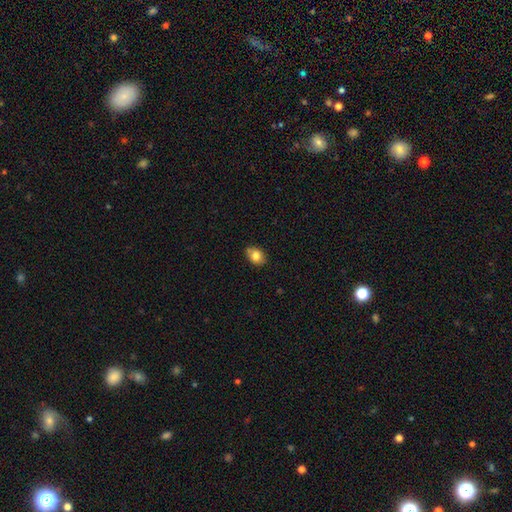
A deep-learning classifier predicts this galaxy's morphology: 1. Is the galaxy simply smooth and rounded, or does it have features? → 81% smooth, 10% featured or disk, 9% star or artifact.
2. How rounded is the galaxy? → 67% in between, 32% round, 1% cigar-shaped.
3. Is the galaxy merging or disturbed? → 76% none, 17% minor disturbance, 5% merger, 3% major disturbance.